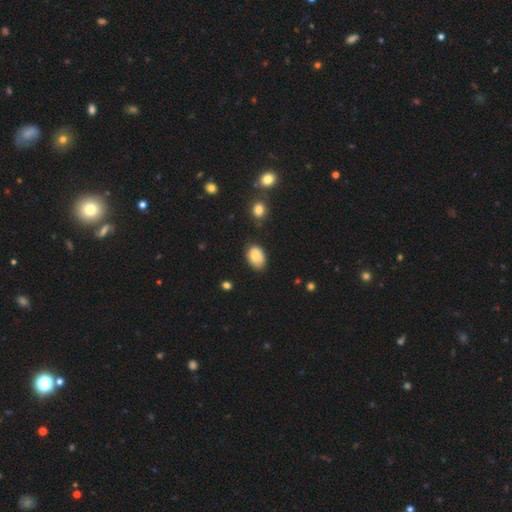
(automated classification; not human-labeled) Smooth or featured? smooth (70%)
How rounded? in between (80%)
Merging? none (66%)